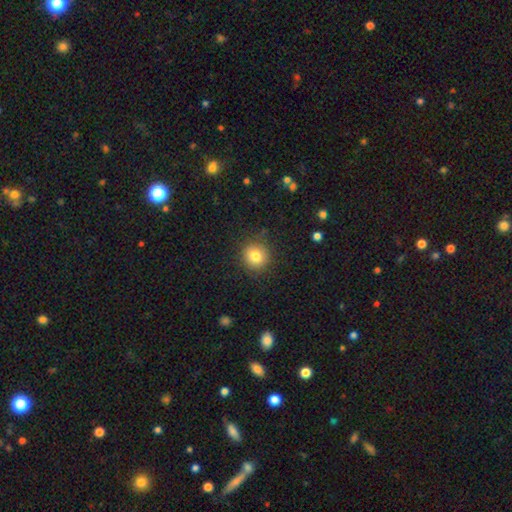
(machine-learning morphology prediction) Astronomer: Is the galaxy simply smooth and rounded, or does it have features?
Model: smooth — 80%.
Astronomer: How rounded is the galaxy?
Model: round — 92%.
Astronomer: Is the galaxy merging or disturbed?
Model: none — 88%.